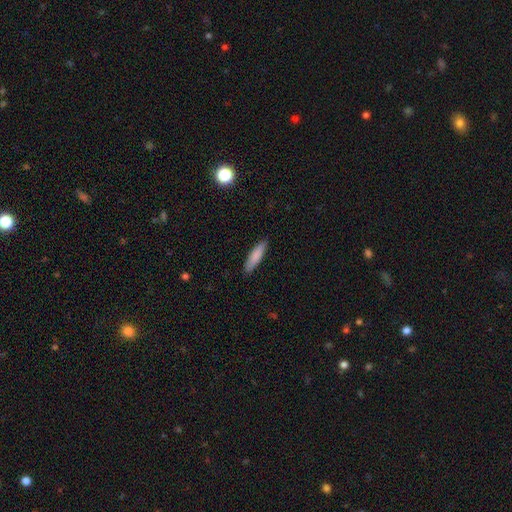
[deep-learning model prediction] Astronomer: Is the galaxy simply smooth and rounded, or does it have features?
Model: smooth — 84%.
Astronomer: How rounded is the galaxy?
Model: cigar-shaped — 74%.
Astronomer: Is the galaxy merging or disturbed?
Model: none — 89%.